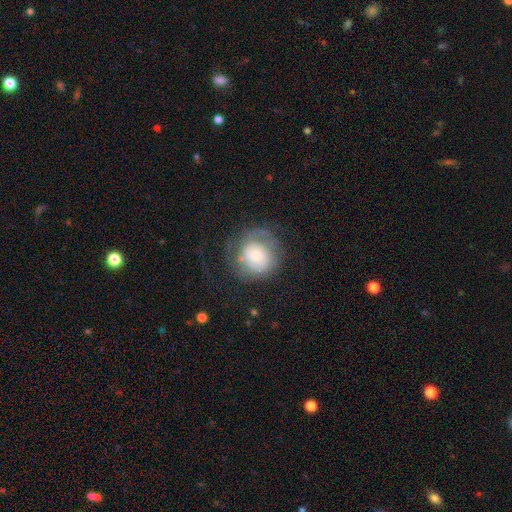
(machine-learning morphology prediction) The model was most divided on "smooth or featured": featured or disk: 48%, smooth: 44%, star or artifact: 8%. More confident: merging — none (53%).